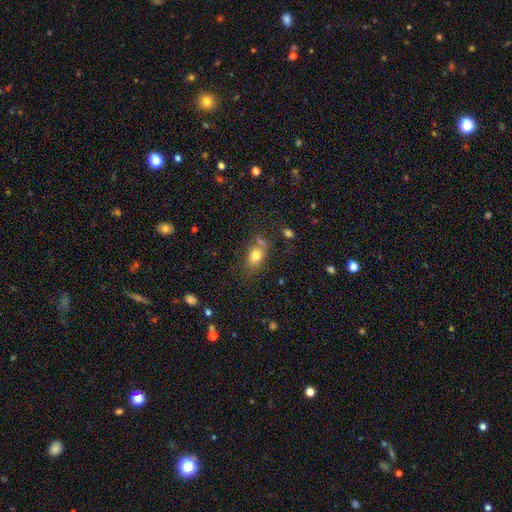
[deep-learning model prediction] Smooth or featured: smooth — 78% (star or artifact — 11%)
How rounded: in between — 60% (round — 38%)
Merging: none — 59% (minor disturbance — 20%)